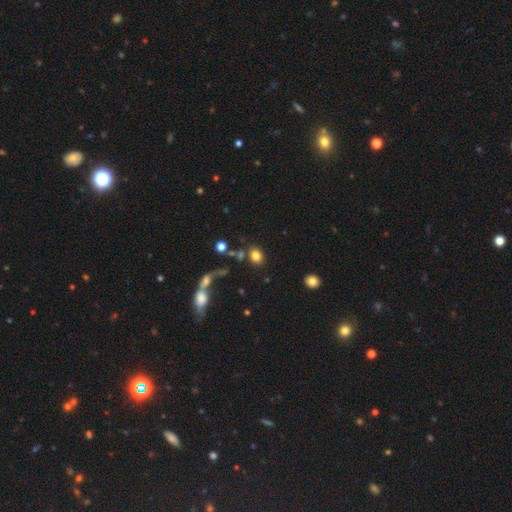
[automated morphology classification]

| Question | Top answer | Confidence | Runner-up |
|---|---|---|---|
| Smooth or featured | smooth | 81% | star or artifact (11%) |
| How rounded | in between | 58% | round (41%) |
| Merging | none | 70% | merger (13%) |